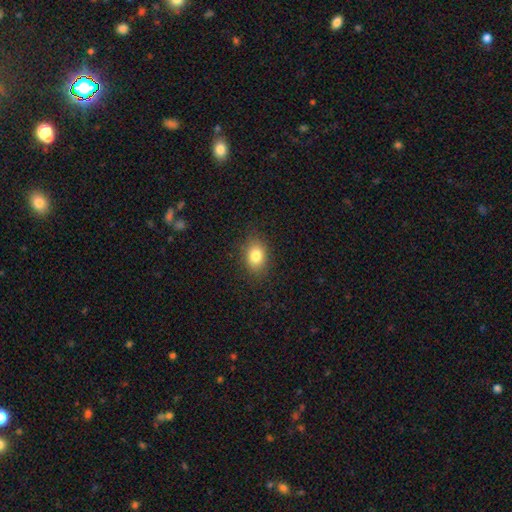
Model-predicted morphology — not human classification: Smooth or featured? Predicted: smooth (p=0.82). How rounded? Predicted: in between (p=0.71). Merging? Predicted: none (p=0.86).